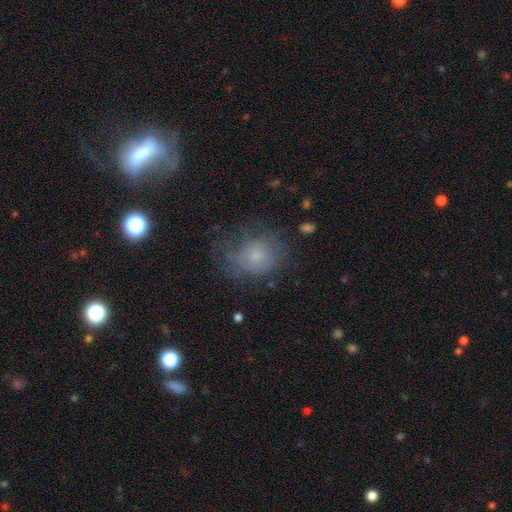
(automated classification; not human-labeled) smooth-or-featured: smooth: 57% | featured or disk: 29% | star or artifact: 15%
  how-rounded: round: 72% | in between: 27% | cigar-shaped: 1%
  merging: none: 54% | minor disturbance: 23% | major disturbance: 21% | merger: 2%